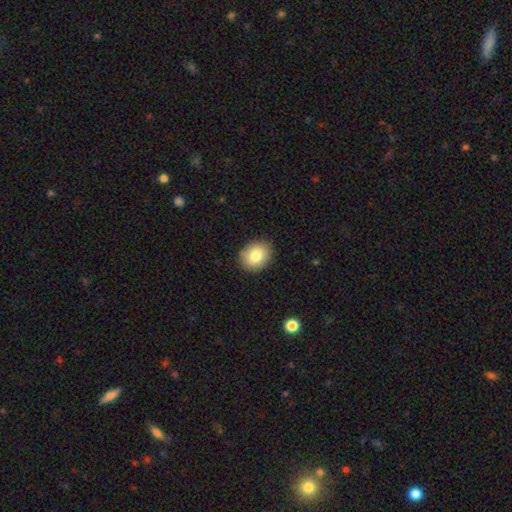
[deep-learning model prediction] A smooth galaxy with no disk features (83%) that is round (57%).

Vote fractions:
- Smooth or featured? smooth: 83% / featured or disk: 9% / star or artifact: 8%
- How rounded? round: 57% / in between: 42% / cigar-shaped: 1%
- Merging? none: 89% / minor disturbance: 8% / major disturbance: 2% / merger: 1%